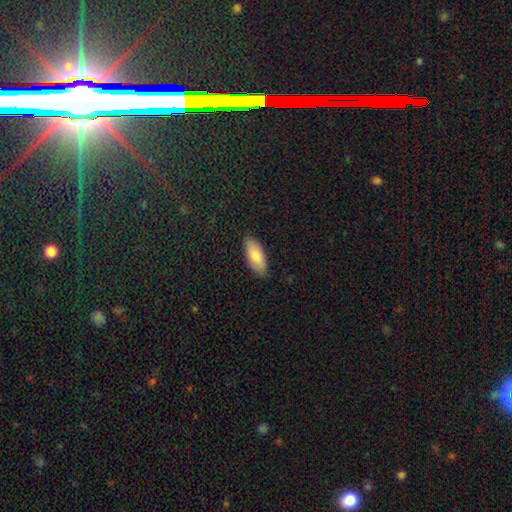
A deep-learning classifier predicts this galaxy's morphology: Smooth or featured? smooth (82%)
How rounded? in between (86%)
Merging? none (87%)